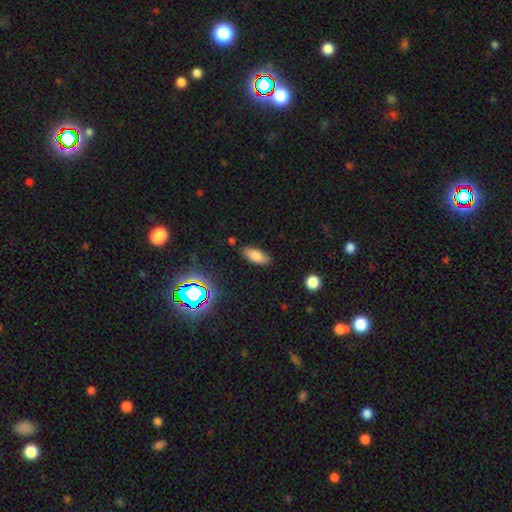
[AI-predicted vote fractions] This is likely a smooth galaxy (79%). How rounded: clearly in between (83%). Merging: clearly none (84%).